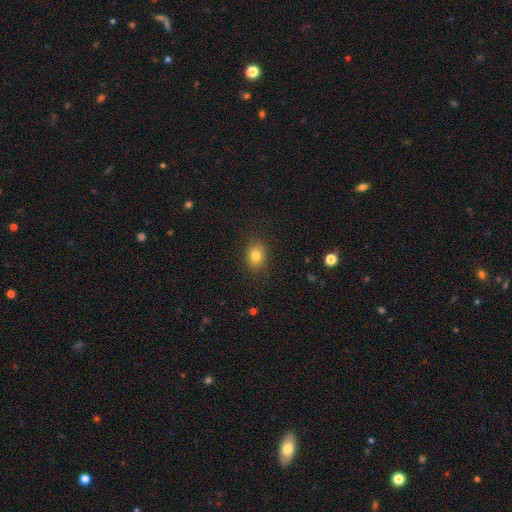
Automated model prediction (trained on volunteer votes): Smooth or featured? smooth (81%)
How rounded? in between (58%)
Merging? none (86%)